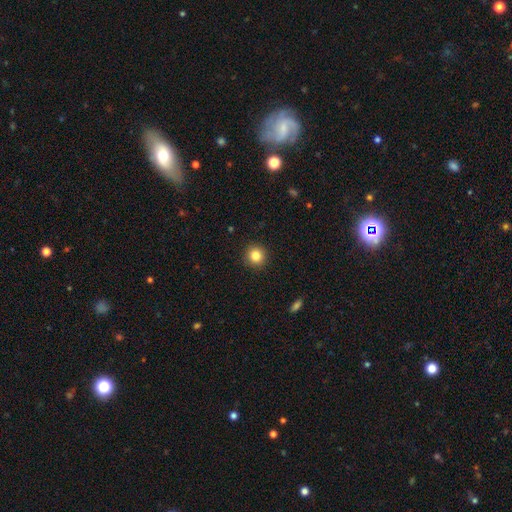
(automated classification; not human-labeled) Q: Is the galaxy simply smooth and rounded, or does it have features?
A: smooth — 84%.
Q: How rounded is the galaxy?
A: round — 93%.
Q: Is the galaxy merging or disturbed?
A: none — 92%.